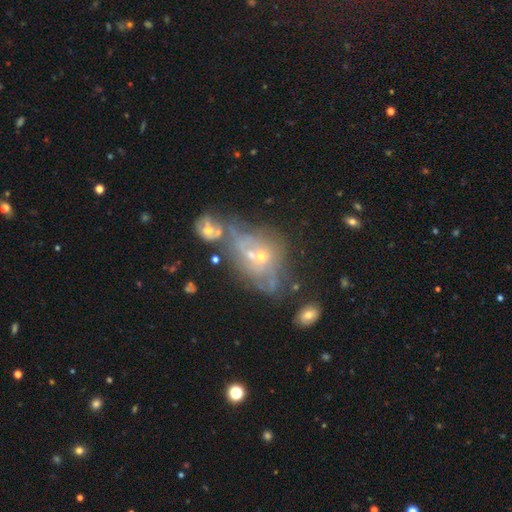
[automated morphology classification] This is likely a featured or disk galaxy (61%). It is clearly not viewed edge-on (93%). Bar: likely no (69%). Spiral arm pattern: likely yes (60%). Central bulge: possibly small (56%). Merging: marginally merger (39%).